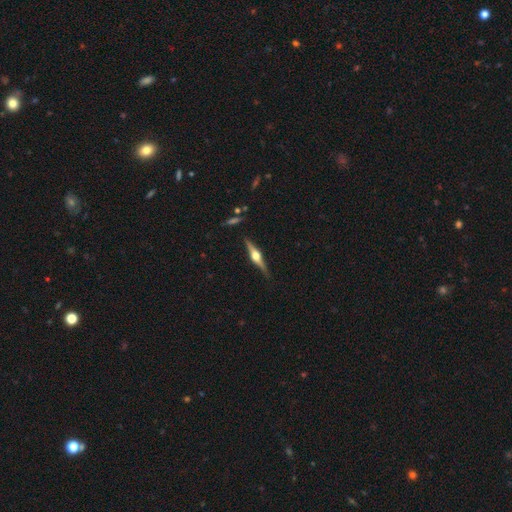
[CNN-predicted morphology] Overall: featured or disk (80%). Edge-on disk: yes (98%). Edge-on bulge: rounded (94%). Merging: none (86%).